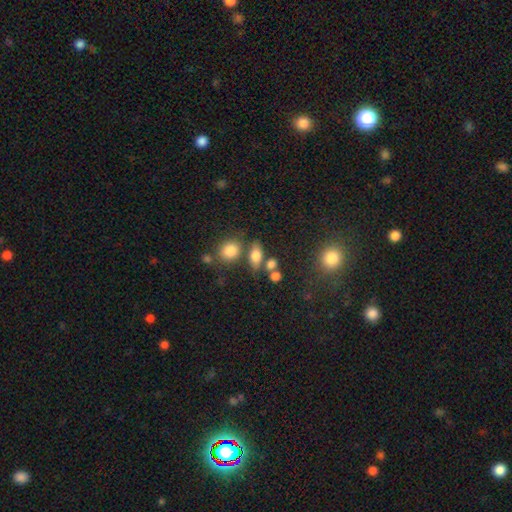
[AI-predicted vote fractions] Smooth or featured? Predicted: smooth (p=0.76). How rounded? Predicted: in between (p=0.77). Merging? Predicted: none (p=0.61).